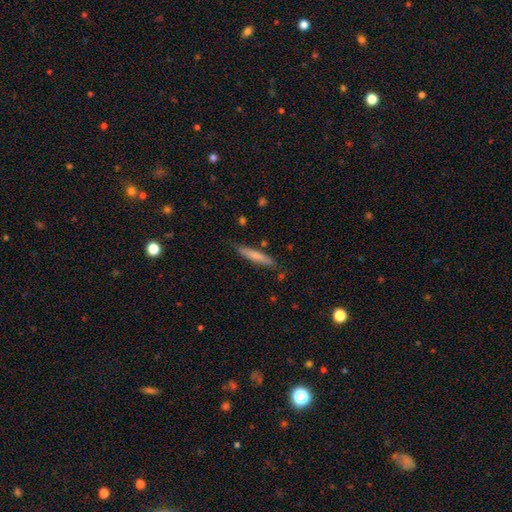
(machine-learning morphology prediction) Overall: smooth (72%). How rounded: cigar-shaped (92%). Merging: none (83%).